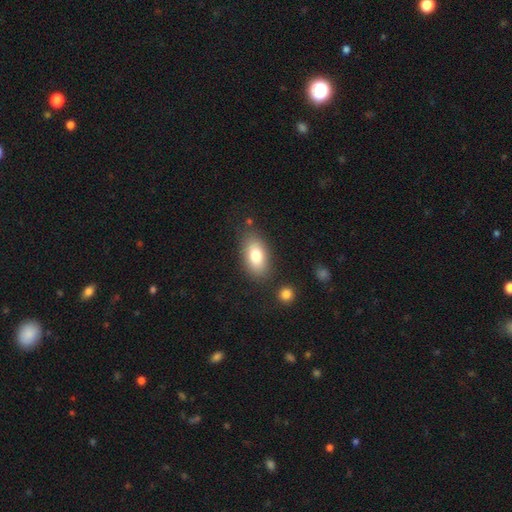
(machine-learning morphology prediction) This appears to be a smooth galaxy with no disk features (80%) that is in between round and cigar-shaped (91%). Merging: none (80%).